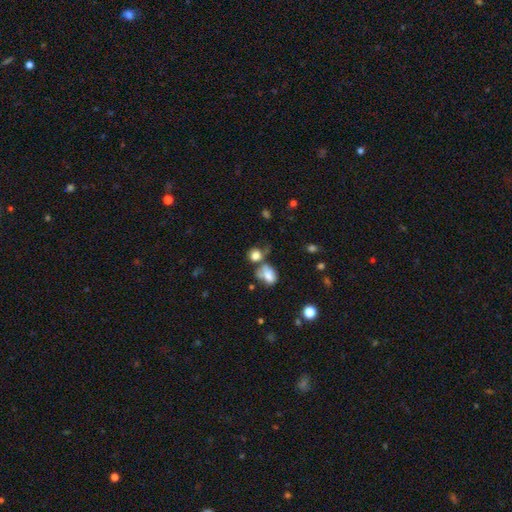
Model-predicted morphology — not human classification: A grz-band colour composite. It shows a smooth galaxy with no disk features (76%) that is round (66%). Merging: merger (38%).